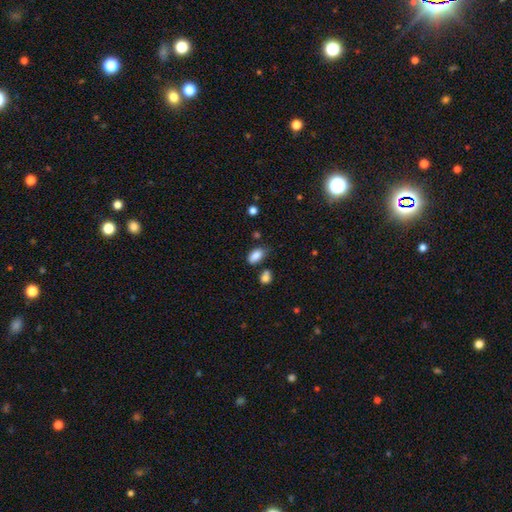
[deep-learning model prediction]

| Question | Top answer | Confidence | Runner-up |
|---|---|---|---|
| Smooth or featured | smooth | 86% | star or artifact (9%) |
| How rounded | in between | 91% | round (7%) |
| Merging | none | 63% | minor disturbance (23%) |